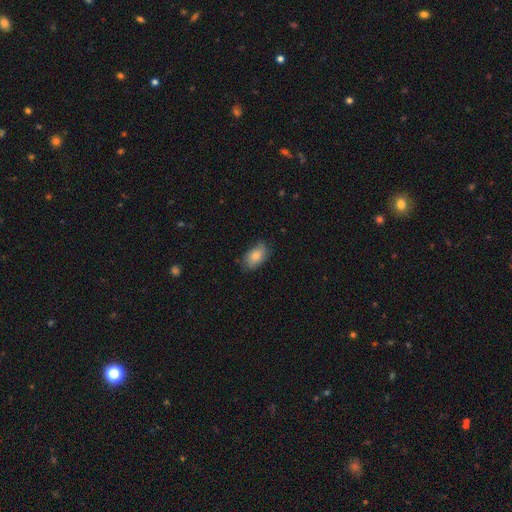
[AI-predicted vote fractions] Smooth or featured? smooth (79%)
How rounded? in between (91%)
Merging? none (74%)